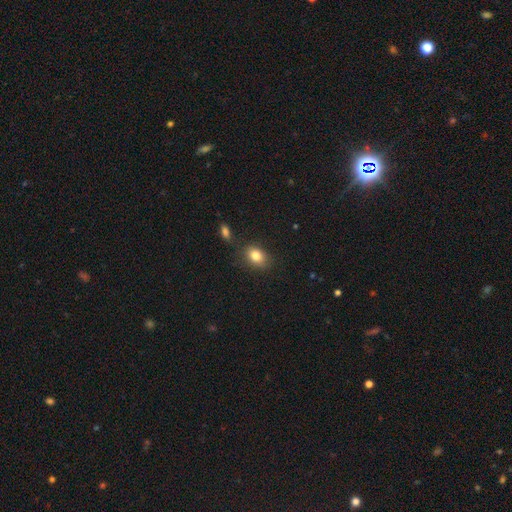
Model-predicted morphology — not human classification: smooth_or_featured: smooth (p=0.83) [alt: star or artifact p=0.09]
how_rounded: in between (p=0.71) [alt: round p=0.28]
merging: none (p=0.77) [alt: minor disturbance p=0.15]